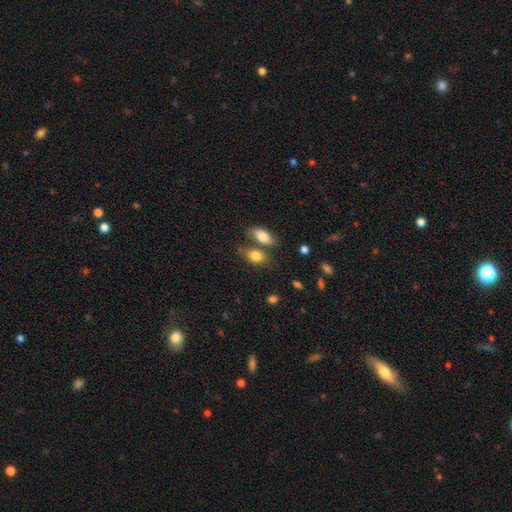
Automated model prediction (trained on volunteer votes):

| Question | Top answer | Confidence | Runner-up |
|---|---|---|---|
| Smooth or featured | smooth | 81% | featured or disk (11%) |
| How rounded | in between | 80% | round (15%) |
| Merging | none | 51% | merger (31%) |